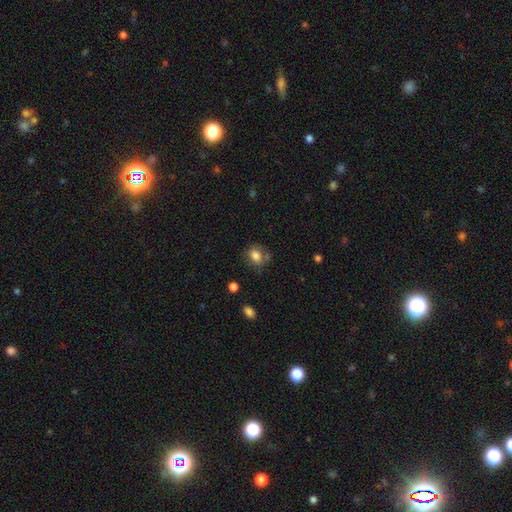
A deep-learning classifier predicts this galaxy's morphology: smooth 79%, featured or disk 11%, star or artifact 9%. Down the decision tree: how rounded — in between (61%); merging — none (63%).